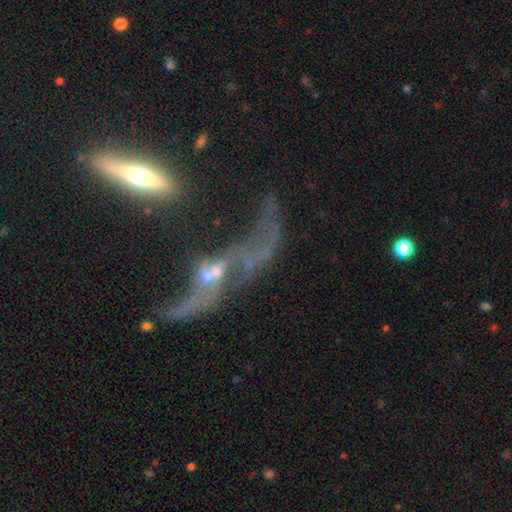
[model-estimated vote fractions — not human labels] A featured or disk galaxy (72%) with no bar (65%), spiral arms (62%) and a small central bulge (45%).

Vote fractions:
- Smooth or featured? featured or disk: 72% / smooth: 16% / star or artifact: 12%
- Edge-on disk? no: 86% / yes: 14%
- Bar? no: 65% / weak: 26% / strong: 9%
- Spiral arms? yes: 62% / no: 38%
- Bulge size? small: 45% / moderate: 27% / none: 22% / large: 4% / dominant: 2%
- Merging? merger: 50% / major disturbance: 26% / none: 15% / minor disturbance: 8%